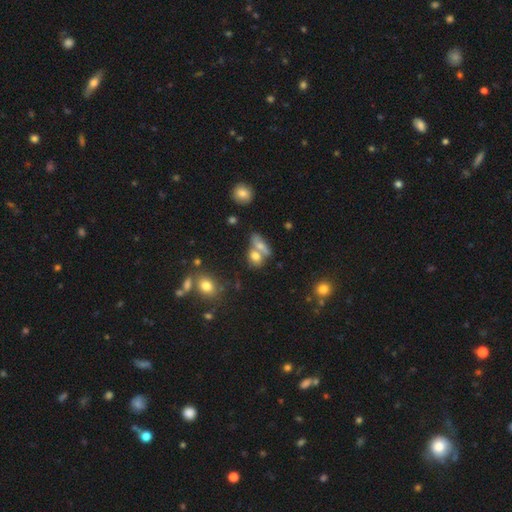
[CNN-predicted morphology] Smooth or featured? Predicted: smooth (p=0.67). How rounded? Predicted: in between (p=0.65). Merging? Predicted: merger (p=0.51).